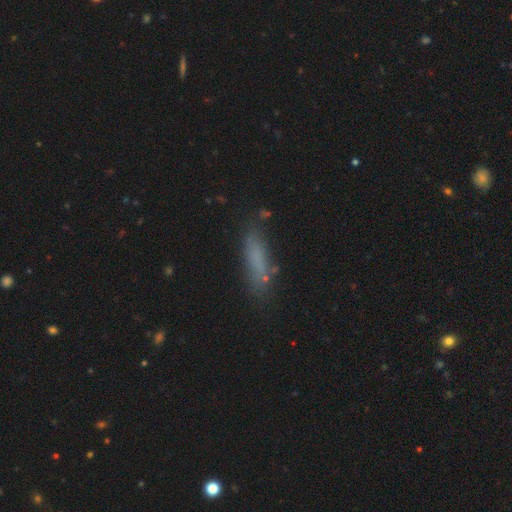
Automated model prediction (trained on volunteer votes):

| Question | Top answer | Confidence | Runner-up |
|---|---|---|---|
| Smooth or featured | smooth | 66% | featured or disk (21%) |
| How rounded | cigar-shaped | 65% | in between (33%) |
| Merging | none | 67% | minor disturbance (19%) |